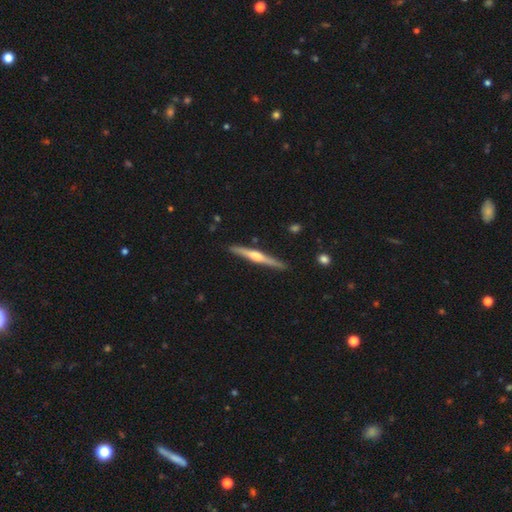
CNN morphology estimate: Smooth or featured? Predicted: featured or disk (p=0.73). Edge-on disk? Predicted: yes (p=0.98). Edge-on bulge? Predicted: rounded (p=0.84). Merging? Predicted: none (p=0.89).